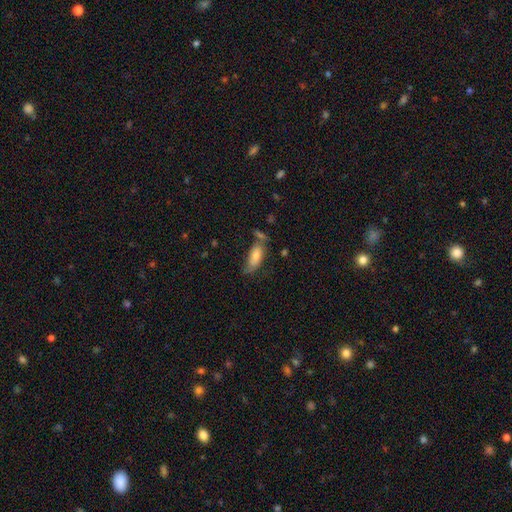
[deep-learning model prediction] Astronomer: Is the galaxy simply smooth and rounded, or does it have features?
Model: smooth — 74%.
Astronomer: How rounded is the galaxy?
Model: in between — 74%.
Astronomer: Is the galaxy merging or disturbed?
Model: none — 47% (runner-up: minor disturbance, 26%).